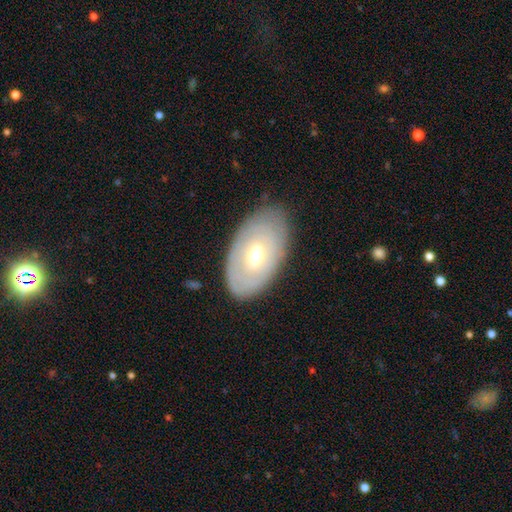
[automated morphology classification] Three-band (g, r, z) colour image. It shows a featured or disk galaxy (53%). Merging: none (82%).